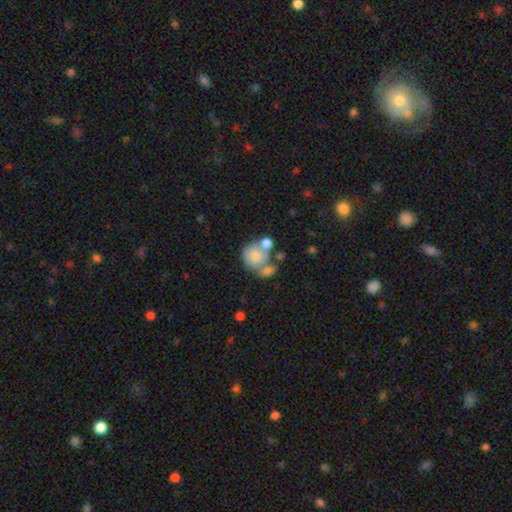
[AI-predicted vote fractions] The model was most divided on "merging": merger: 45%, none: 32%, minor disturbance: 14%, major disturbance: 9%. More confident: how rounded — round (79%); smooth or featured — smooth (70%).